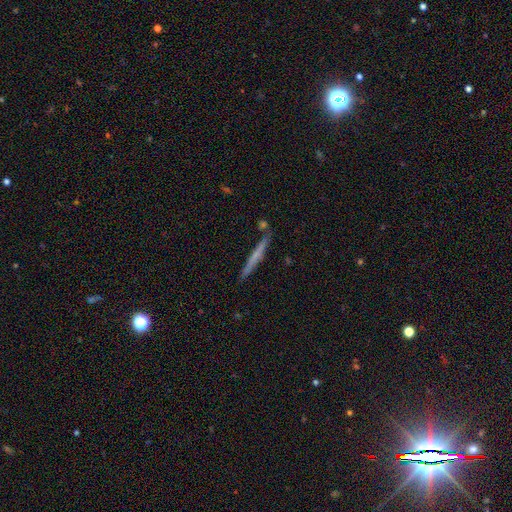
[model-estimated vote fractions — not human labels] This is possibly a smooth galaxy (47%). Merging: clearly none (86%).